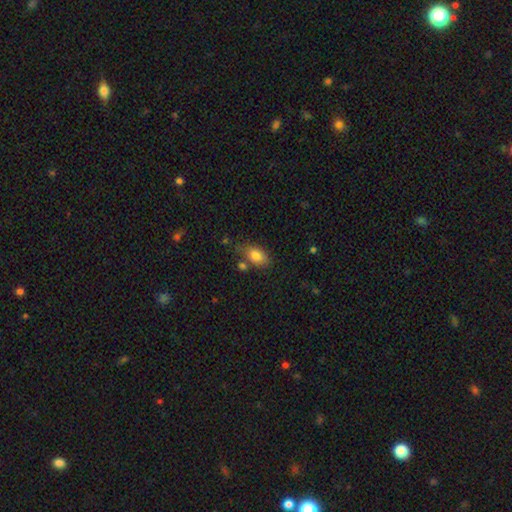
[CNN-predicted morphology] smooth-or-featured: smooth: 82% | featured or disk: 10% | star or artifact: 8%
  how-rounded: in between: 87% | round: 11% | cigar-shaped: 2%
  merging: none: 64% | minor disturbance: 19% | merger: 11% | major disturbance: 5%